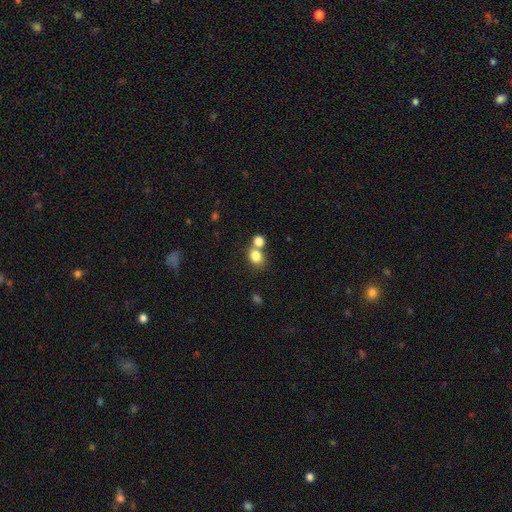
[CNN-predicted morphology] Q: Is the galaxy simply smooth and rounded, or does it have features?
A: smooth — 81%.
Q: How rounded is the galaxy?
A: round — 60%.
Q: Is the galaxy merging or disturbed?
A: none — 47%.